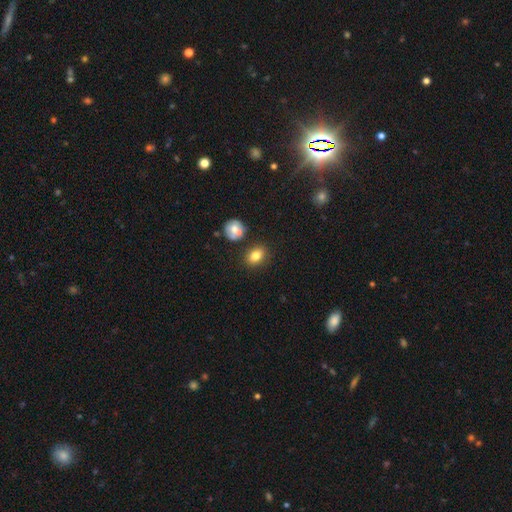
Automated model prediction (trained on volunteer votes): Smooth or featured? smooth (81%)
How rounded? in between (63%)
Merging? none (78%)